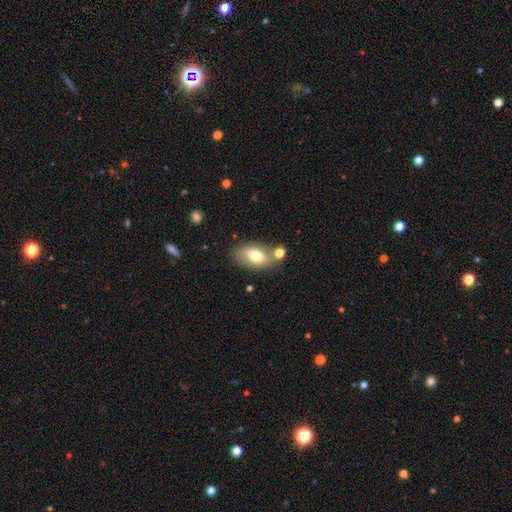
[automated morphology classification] This appears to be a smooth galaxy with no disk features (70%) that is in between round and cigar-shaped (90%). Merging: none (65%).